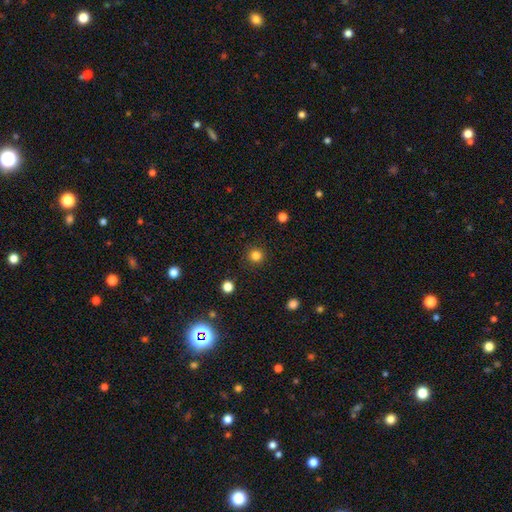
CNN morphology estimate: Smooth or featured: smooth — 82% (star or artifact — 14%)
How rounded: round — 95% (in between — 4%)
Merging: none — 91% (minor disturbance — 5%)